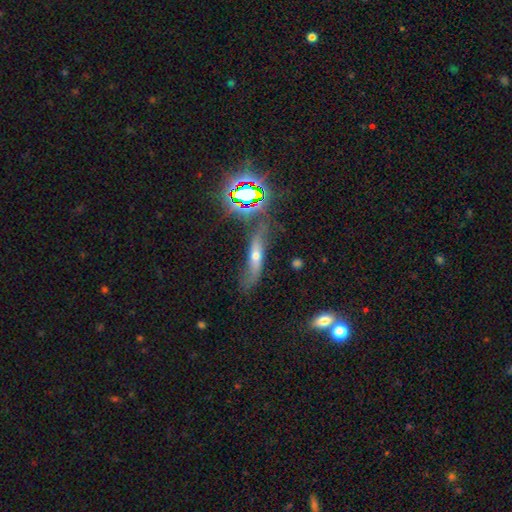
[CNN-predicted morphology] Smooth or featured?
  - featured or disk: 48% *
  - smooth: 31%
  - star or artifact: 21%
Merging?
  - none: 62% *
  - minor disturbance: 22%
  - major disturbance: 11%
  - merger: 5%